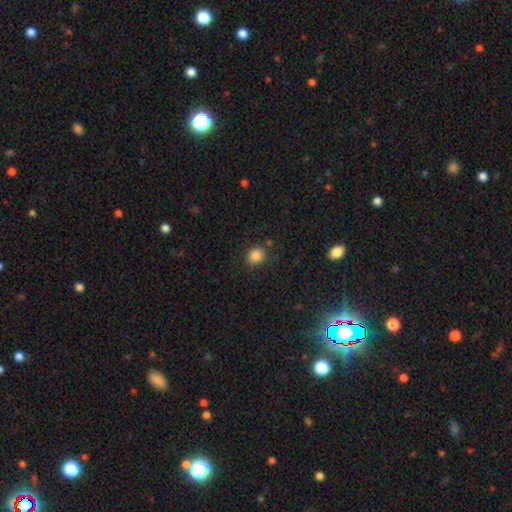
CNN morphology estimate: Smooth or featured: smooth — 85% (star or artifact — 11%)
How rounded: round — 72% (in between — 27%)
Merging: none — 82% (minor disturbance — 11%)